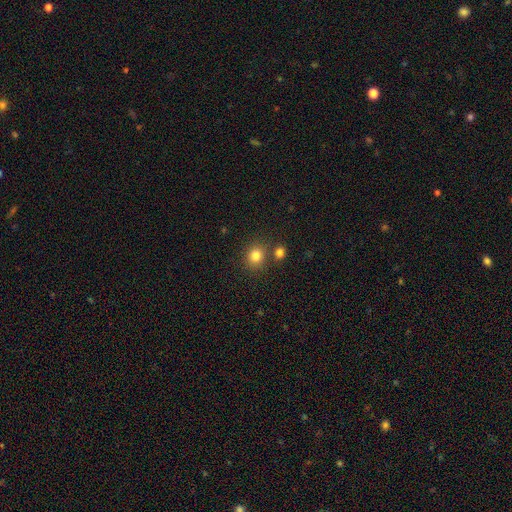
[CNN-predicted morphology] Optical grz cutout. It shows a smooth galaxy with no disk features (82%) that is round (81%). Merging: none (76%).